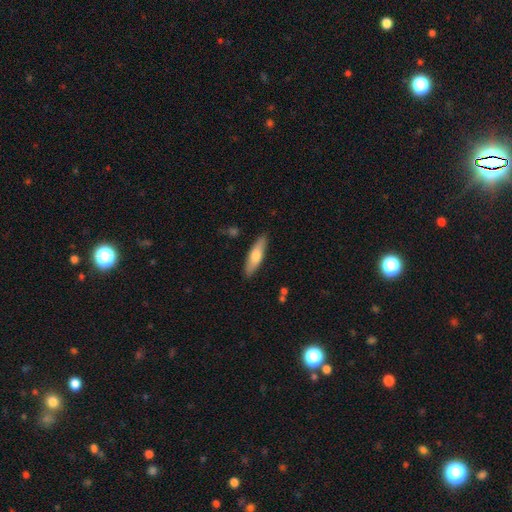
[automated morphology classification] smooth_or_featured: smooth (p=0.66) [alt: featured or disk p=0.28]
how_rounded: cigar-shaped (p=0.62) [alt: in between p=0.36]
merging: none (p=0.87) [alt: minor disturbance p=0.10]